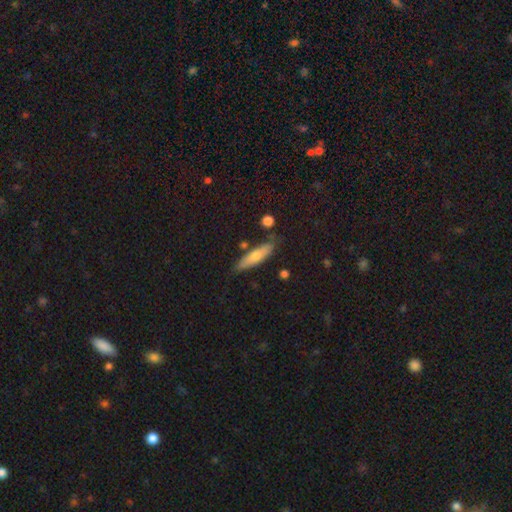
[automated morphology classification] type=smooth (62%); roundness=cigar-shaped (69%); merging=none (79%).